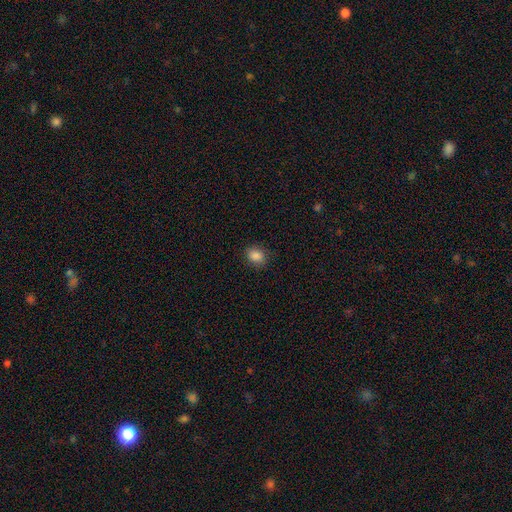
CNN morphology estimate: This appears to be a smooth galaxy with no disk features (87%) that is round (53%). Merging: none (86%).